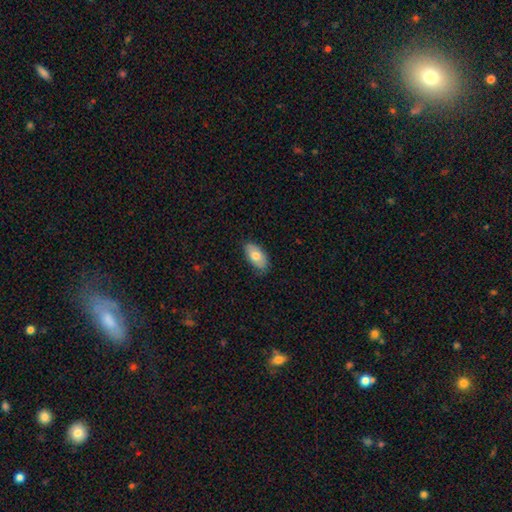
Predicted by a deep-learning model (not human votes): Q: Smooth or featured?
A: smooth (73%); runner-up: featured or disk (21%)
Q: How rounded?
A: in between (93%); runner-up: round (4%)
Q: Merging?
A: none (78%); runner-up: minor disturbance (18%)